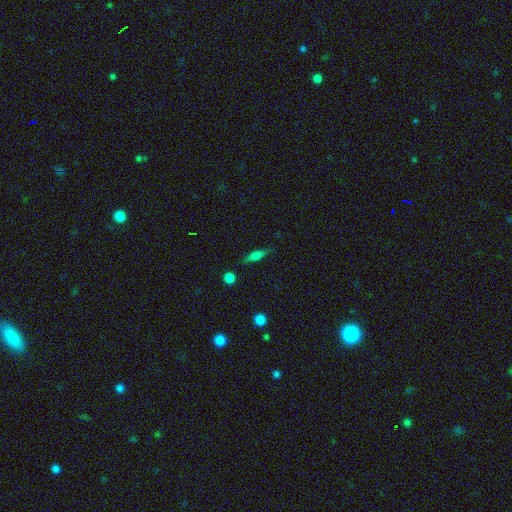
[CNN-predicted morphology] The model was most divided on "smooth or featured": smooth: 54%, featured or disk: 36%, star or artifact: 10%. More confident: merging — none (80%); how rounded — cigar-shaped (61%).